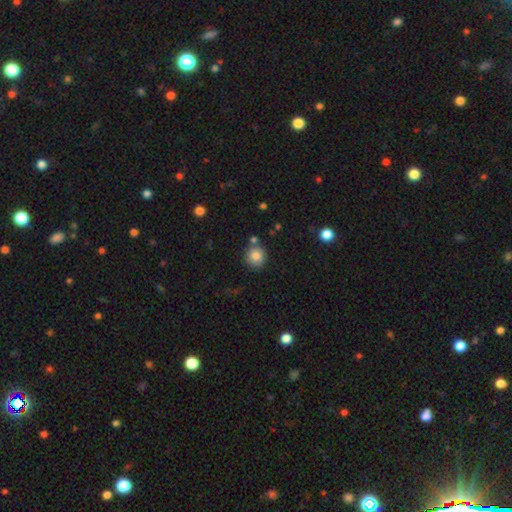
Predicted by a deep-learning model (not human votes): Smooth or featured? Predicted: smooth (p=0.83). How rounded? Predicted: round (p=0.91). Merging? Predicted: none (p=0.79).